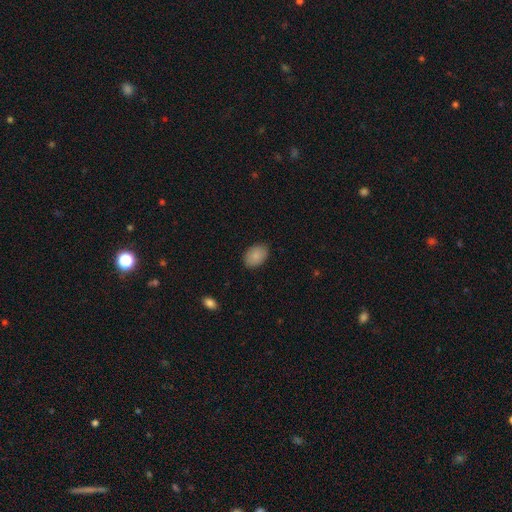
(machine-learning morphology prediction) Smooth or featured? Predicted: smooth (p=0.88). How rounded? Predicted: in between (p=0.84). Merging? Predicted: none (p=0.86).